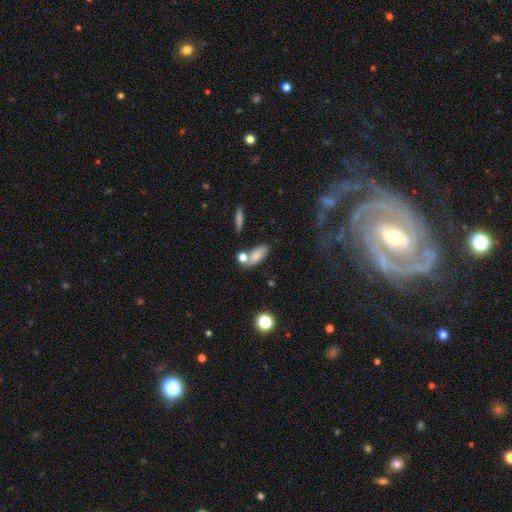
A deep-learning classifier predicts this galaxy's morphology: A smooth galaxy with no disk features (77%) that is in between round and cigar-shaped (78%). Merging: none (55%).